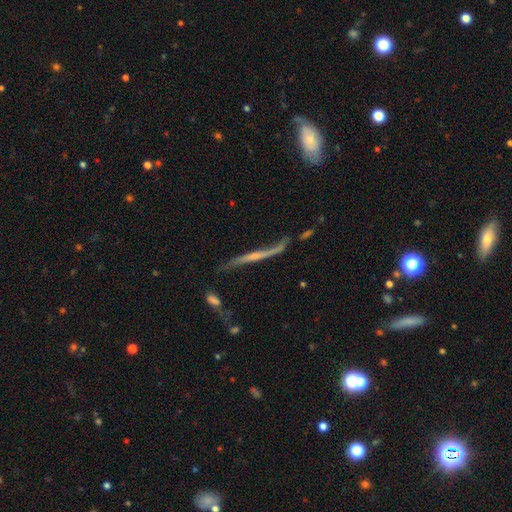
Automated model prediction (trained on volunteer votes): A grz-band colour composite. It shows a featured or disk galaxy (74%) viewed edge-on (77%) with no central bulge (47%). Merging: none (43%).